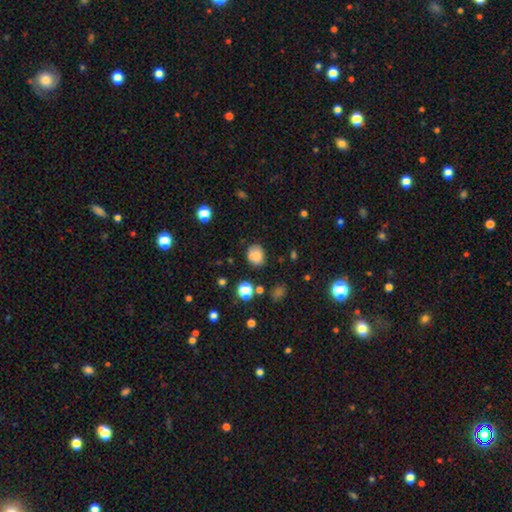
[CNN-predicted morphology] Smooth or featured? Predicted: smooth (p=0.77). How rounded? Predicted: round (p=0.63). Merging? Predicted: none (p=0.67).